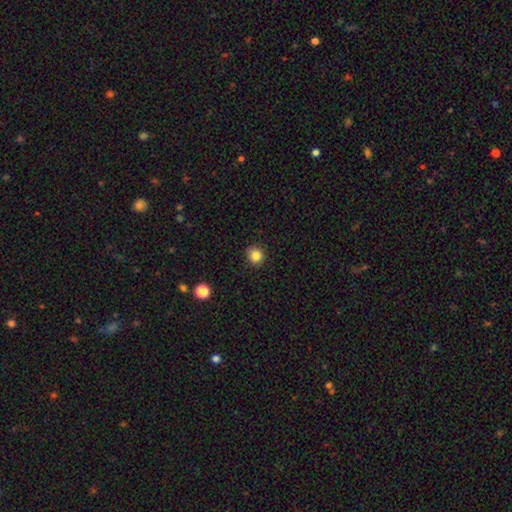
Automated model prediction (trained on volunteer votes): Smooth or featured?
  - smooth: 84% *
  - star or artifact: 12%
  - featured or disk: 5%
How rounded?
  - round: 87% *
  - in between: 12%
  - cigar-shaped: 1%
Merging?
  - none: 89% *
  - minor disturbance: 8%
  - major disturbance: 2%
  - merger: 1%